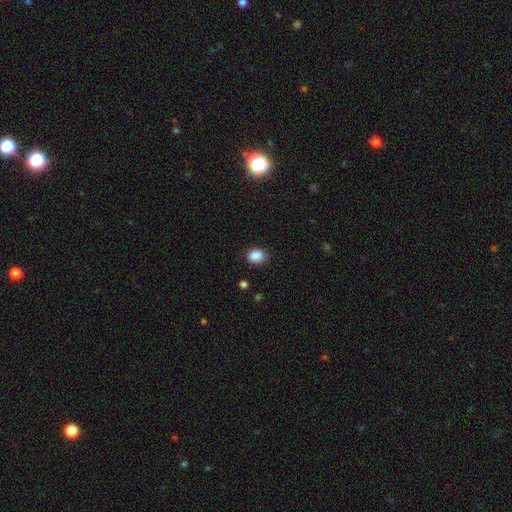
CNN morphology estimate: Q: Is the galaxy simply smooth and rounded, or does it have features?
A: smooth — 88%.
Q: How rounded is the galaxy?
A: in between — 59%.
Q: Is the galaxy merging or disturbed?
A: none — 84%.